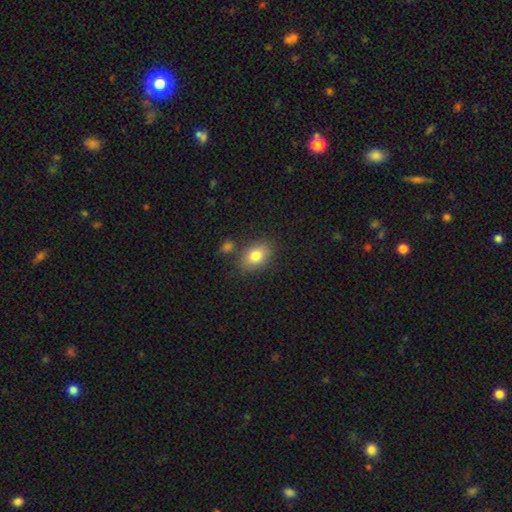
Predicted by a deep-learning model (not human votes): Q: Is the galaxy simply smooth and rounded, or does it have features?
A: smooth — 81%.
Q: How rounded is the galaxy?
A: in between — 80%.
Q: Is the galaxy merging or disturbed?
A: none — 76%.